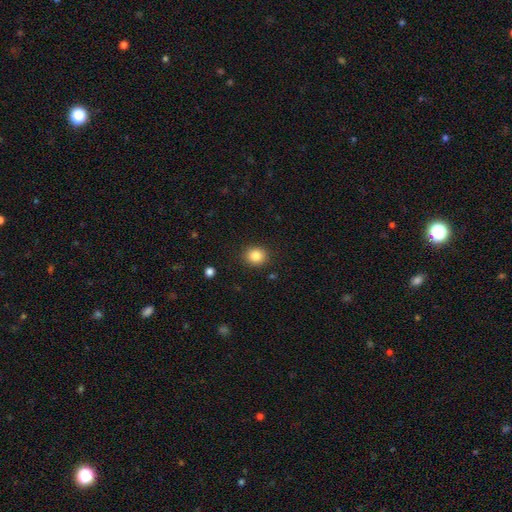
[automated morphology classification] A smooth galaxy with no disk features (85%) that is round (78%).

Vote fractions:
- Smooth or featured? smooth: 85% / star or artifact: 10% / featured or disk: 5%
- How rounded? round: 78% / in between: 21% / cigar-shaped: 1%
- Merging? none: 89% / minor disturbance: 7% / major disturbance: 2% / merger: 1%